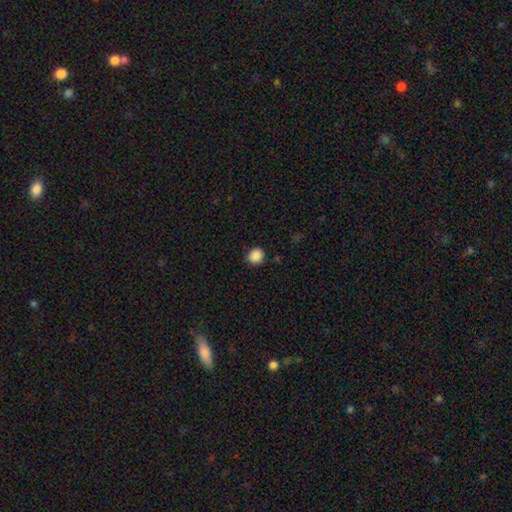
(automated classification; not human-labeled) smooth-or-featured: smooth: 88% | star or artifact: 9% | featured or disk: 3%
  how-rounded: round: 84% | in between: 15% | cigar-shaped: 1%
  merging: none: 88% | minor disturbance: 9% | major disturbance: 2% | merger: 1%